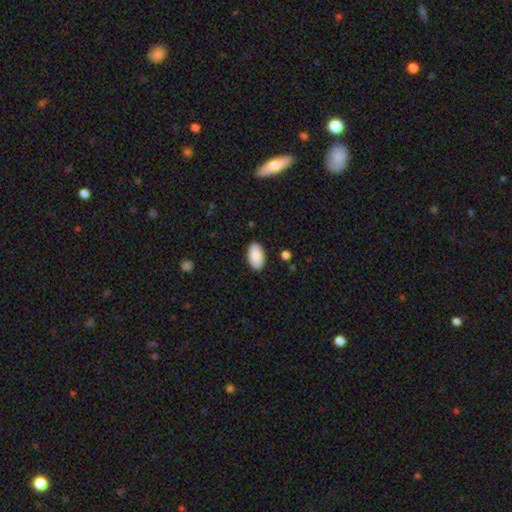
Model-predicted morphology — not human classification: type=smooth (87%); roundness=in between (95%); merging=none (87%).